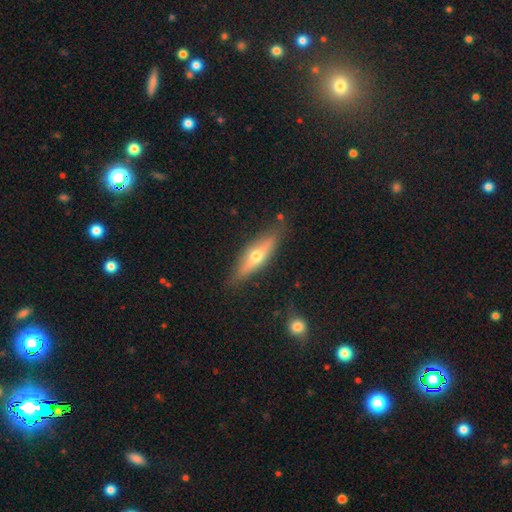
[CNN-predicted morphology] This is possibly a featured or disk galaxy (54%). It is clearly viewed edge-on (87%). Merging: clearly none (84%).